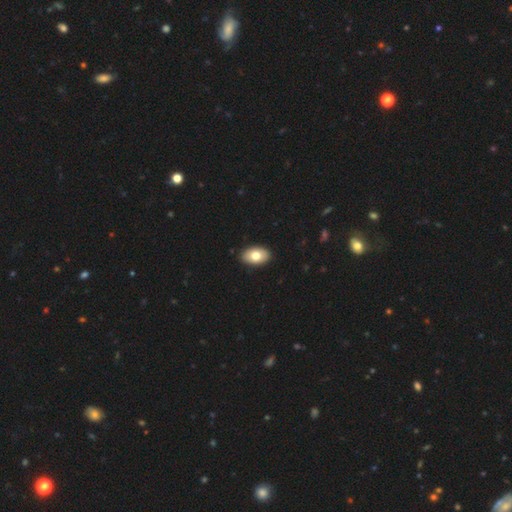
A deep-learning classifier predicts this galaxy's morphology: type=smooth (76%); roundness=in between (92%); merging=none (90%).